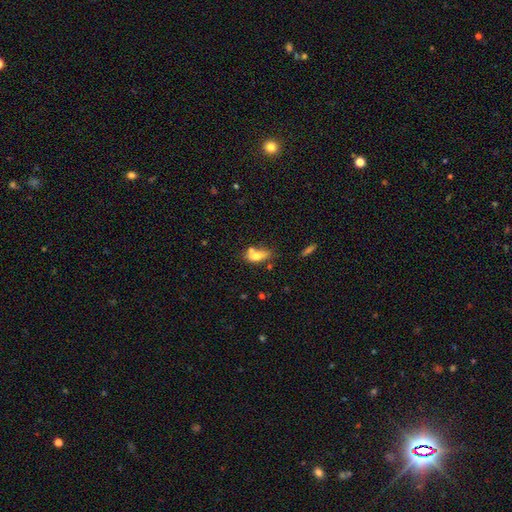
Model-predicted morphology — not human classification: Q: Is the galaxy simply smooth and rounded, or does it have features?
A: smooth — 67%.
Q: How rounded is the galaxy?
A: in between — 77%.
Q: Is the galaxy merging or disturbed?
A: none — 40%.